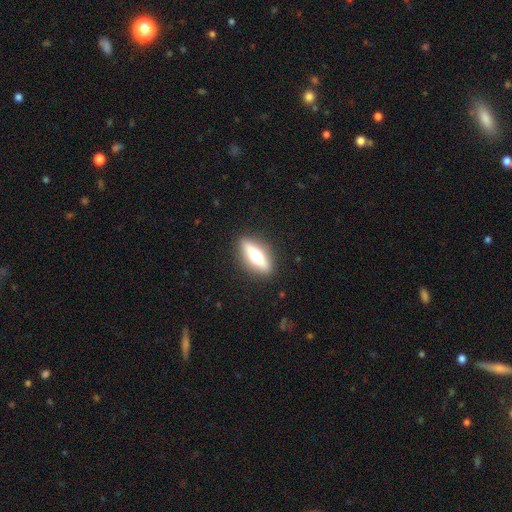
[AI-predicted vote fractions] Morphology: type=featured or disk (49%); merging=none (89%).